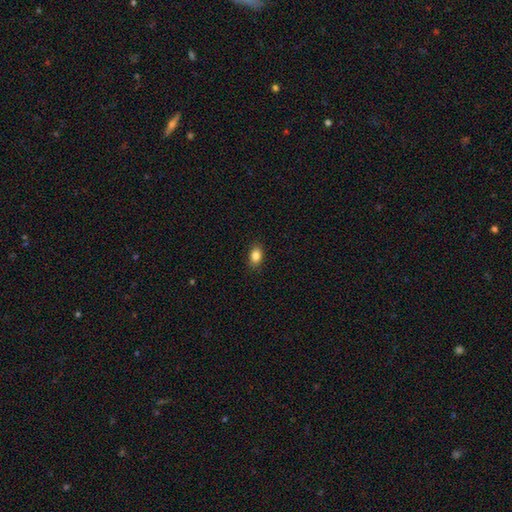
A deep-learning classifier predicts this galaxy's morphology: The model was most divided on "how rounded": in between: 83%, round: 15%, cigar-shaped: 2%. More confident: merging — none (88%); smooth or featured — smooth (85%).